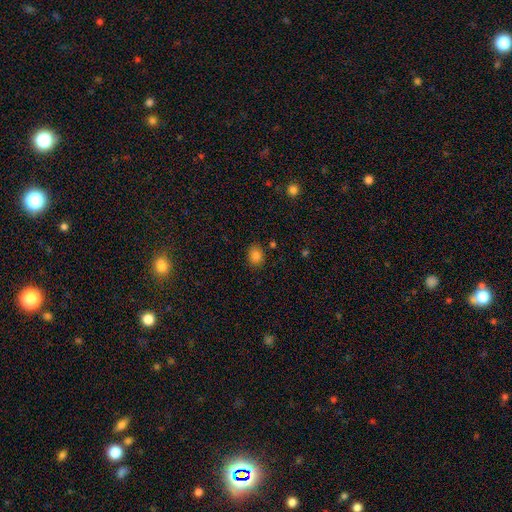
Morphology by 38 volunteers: A smooth galaxy with no disk features (89%) that is in between round and cigar-shaped (62%). Merging: none (91%).